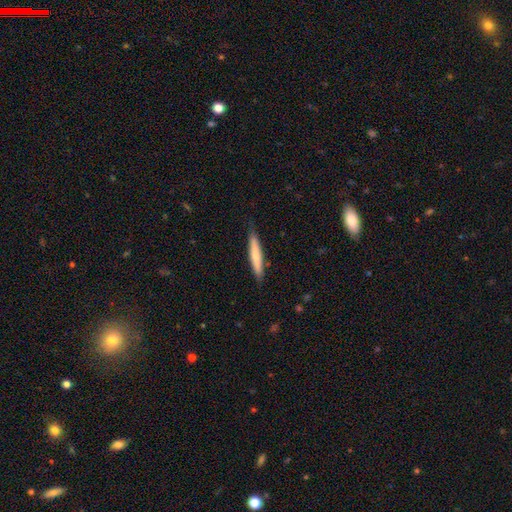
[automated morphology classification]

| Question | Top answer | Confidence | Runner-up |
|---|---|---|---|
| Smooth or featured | smooth | 71% | featured or disk (24%) |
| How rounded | cigar-shaped | 93% | in between (6%) |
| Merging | none | 83% | minor disturbance (13%) |